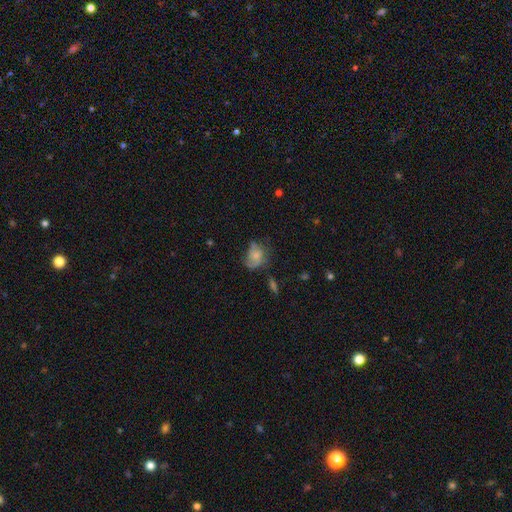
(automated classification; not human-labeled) This appears to be a smooth galaxy with no disk features (57%) that is in between round and cigar-shaped (56%). Merging: none (37%).